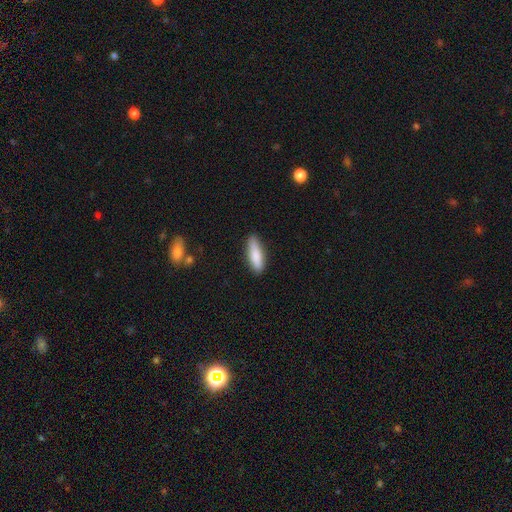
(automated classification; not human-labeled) smooth 82%, featured or disk 12%, star or artifact 6%. Down the decision tree: how rounded — cigar-shaped (57%); merging — none (86%).